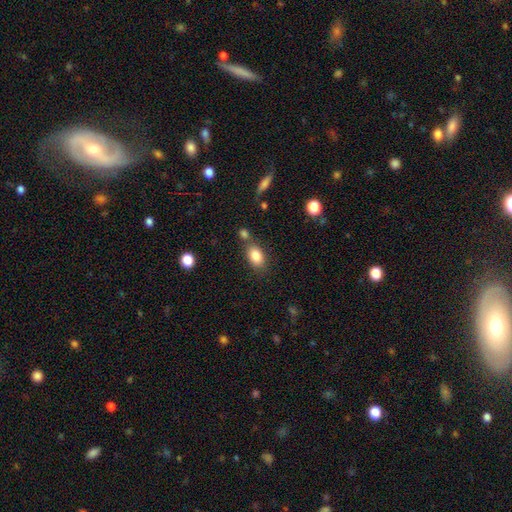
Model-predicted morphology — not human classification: The model was most divided on "merging": none: 65%, merger: 17%, minor disturbance: 14%, major disturbance: 4%. More confident: how rounded — in between (85%); smooth or featured — smooth (84%).